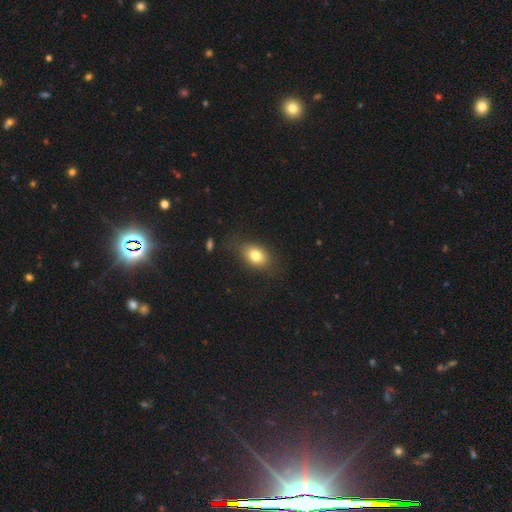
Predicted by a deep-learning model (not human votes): Smooth or featured: smooth — 78% (featured or disk — 12%)
How rounded: in between — 74% (round — 24%)
Merging: none — 72% (minor disturbance — 19%)